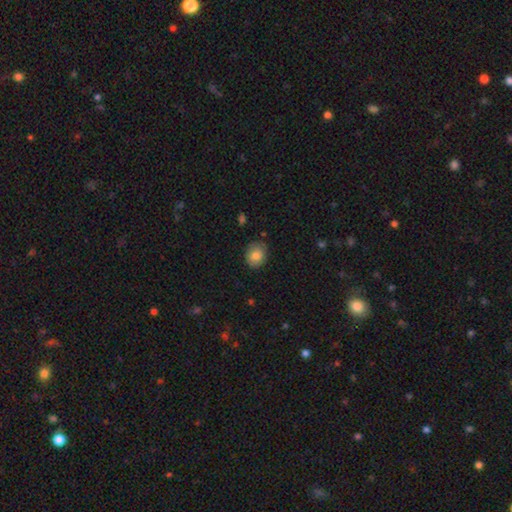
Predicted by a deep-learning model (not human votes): smooth_or_featured: smooth (p=0.82) [alt: featured or disk p=0.10]
how_rounded: round (p=0.56) [alt: in between p=0.43]
merging: none (p=0.80) [alt: minor disturbance p=0.16]